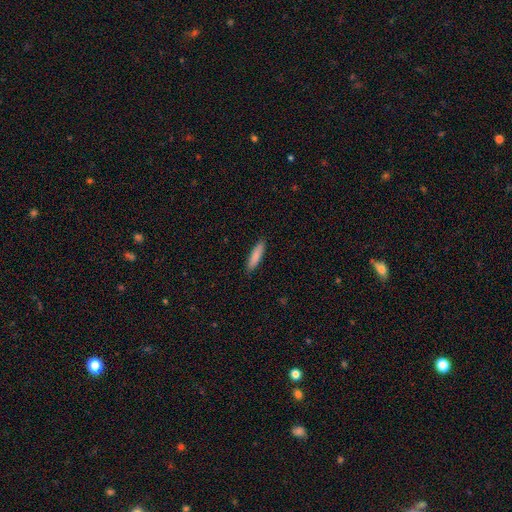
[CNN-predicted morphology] A smooth galaxy with no disk features (86%) that is cigar-shaped (76%). Merging: none (90%).